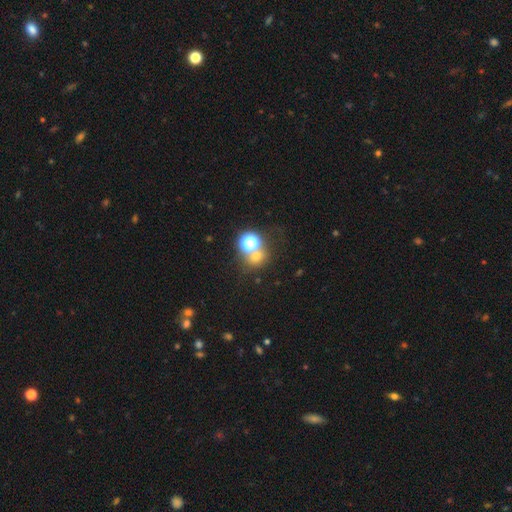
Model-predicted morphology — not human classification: Smooth or featured? Predicted: smooth (p=0.59). How rounded? Predicted: round (p=0.79). Merging? Predicted: none (p=0.57).